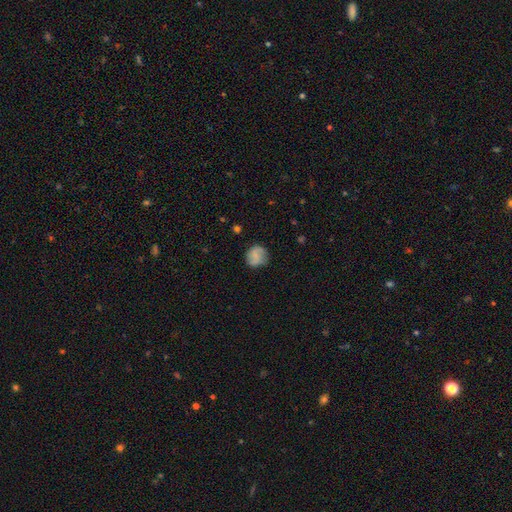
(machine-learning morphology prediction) Smooth or featured? Predicted: smooth (p=0.66). How rounded? Predicted: round (p=0.85). Merging? Predicted: none (p=0.78).